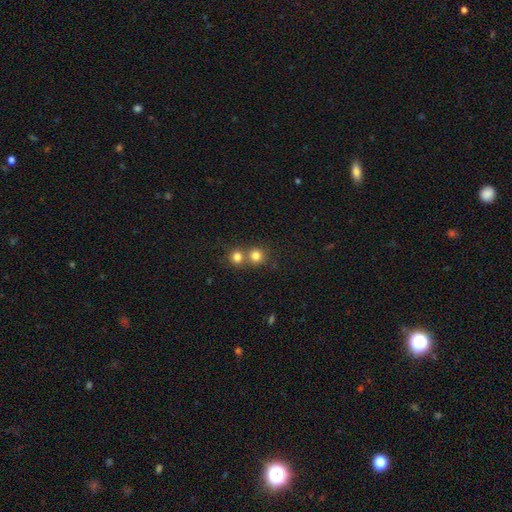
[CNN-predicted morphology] Q: Smooth or featured?
A: smooth (79%); runner-up: star or artifact (13%)
Q: How rounded?
A: round (89%); runner-up: in between (10%)
Q: Merging?
A: none (51%); runner-up: merger (41%)